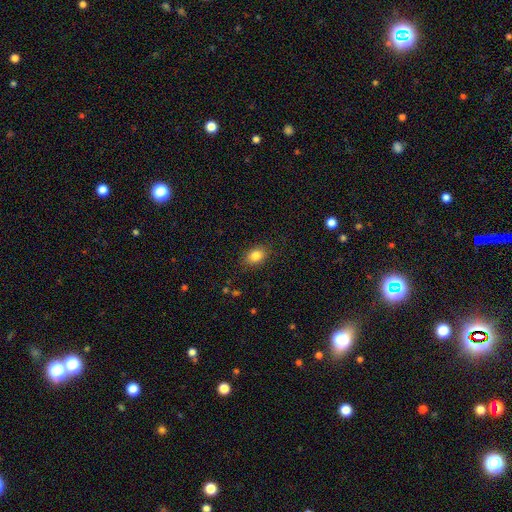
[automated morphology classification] Smooth or featured?
  - smooth: 83% *
  - star or artifact: 9%
  - featured or disk: 8%
How rounded?
  - in between: 68% *
  - round: 30%
  - cigar-shaped: 1%
Merging?
  - none: 84% *
  - minor disturbance: 12%
  - major disturbance: 3%
  - merger: 1%